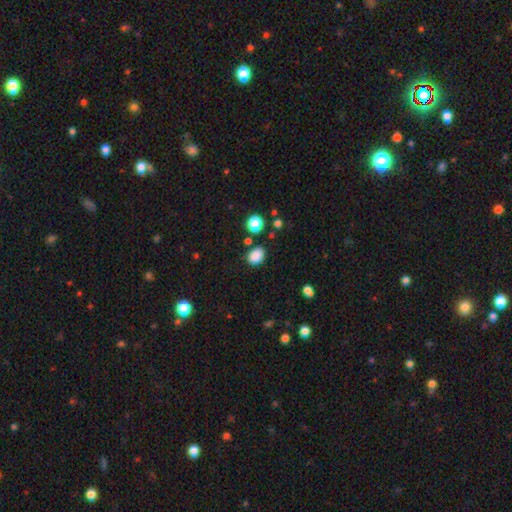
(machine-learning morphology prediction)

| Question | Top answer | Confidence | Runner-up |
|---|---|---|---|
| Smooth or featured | smooth | 85% | star or artifact (11%) |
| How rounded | in between | 67% | round (32%) |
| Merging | none | 78% | minor disturbance (14%) |